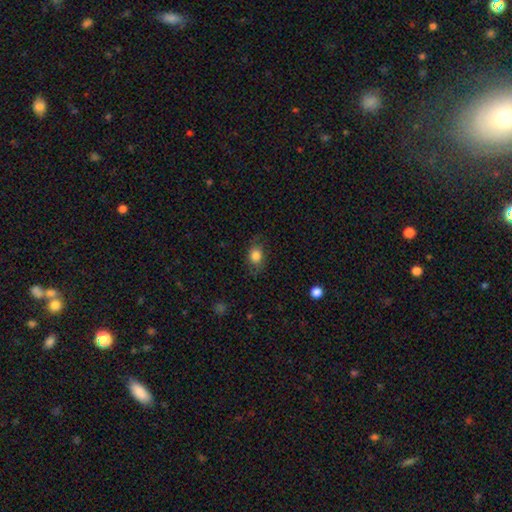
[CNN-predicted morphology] A smooth galaxy with no disk features (81%) that is in between round and cigar-shaped (54%). Merging: none (74%).